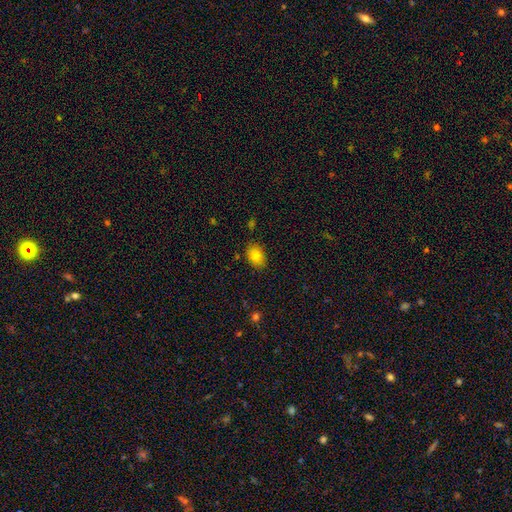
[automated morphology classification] A smooth galaxy with no disk features (83%) that is in between round and cigar-shaped (81%). Merging: none (84%).